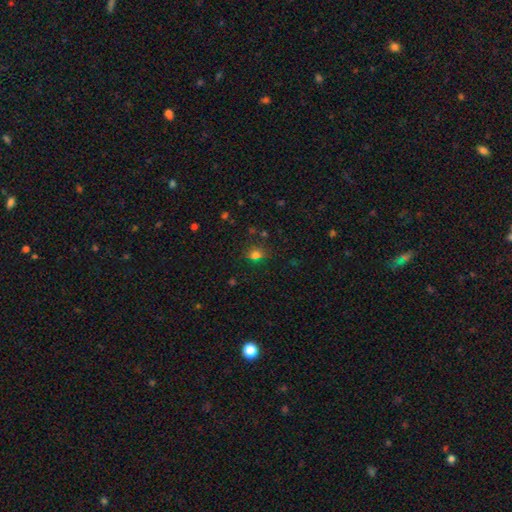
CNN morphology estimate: smooth-or-featured: smooth: 67% | star or artifact: 26% | featured or disk: 7%
  how-rounded: round: 64% | in between: 34% | cigar-shaped: 2%
  merging: none: 73% | minor disturbance: 15% | merger: 6% | major disturbance: 5%